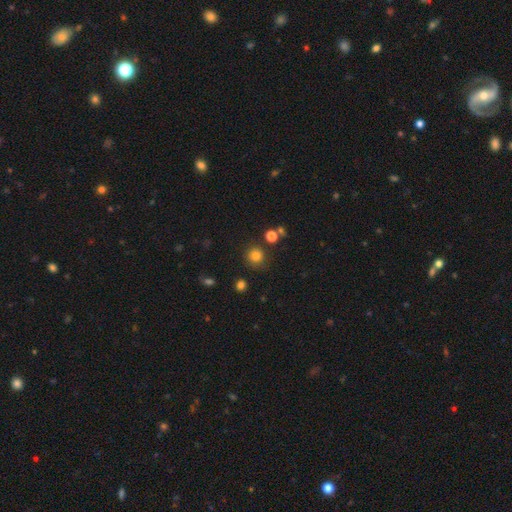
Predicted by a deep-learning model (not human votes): Smooth or featured? Predicted: smooth (p=0.81). How rounded? Predicted: round (p=0.92). Merging? Predicted: none (p=0.83).